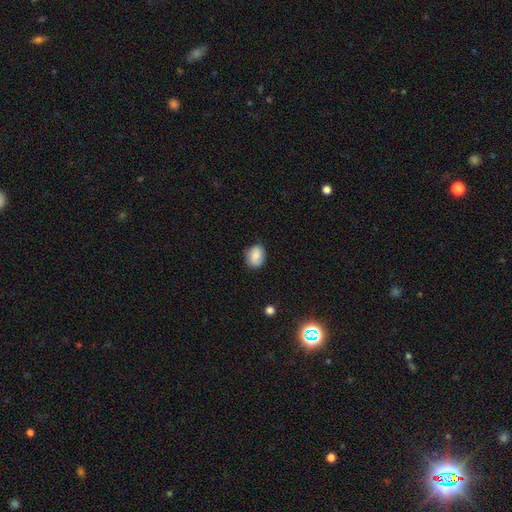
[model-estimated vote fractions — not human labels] Smooth or featured? smooth (80%)
How rounded? in between (61%)
Merging? none (81%)